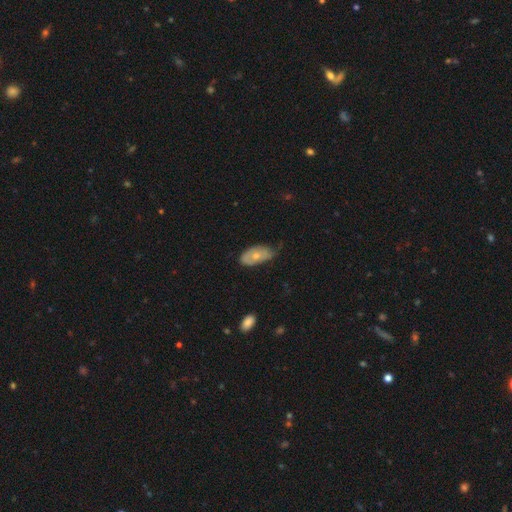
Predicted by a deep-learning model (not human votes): Q: Smooth or featured?
A: smooth (59%); runner-up: featured or disk (35%)
Q: How rounded?
A: in between (92%); runner-up: round (5%)
Q: Merging?
A: minor disturbance (46%); runner-up: none (38%)